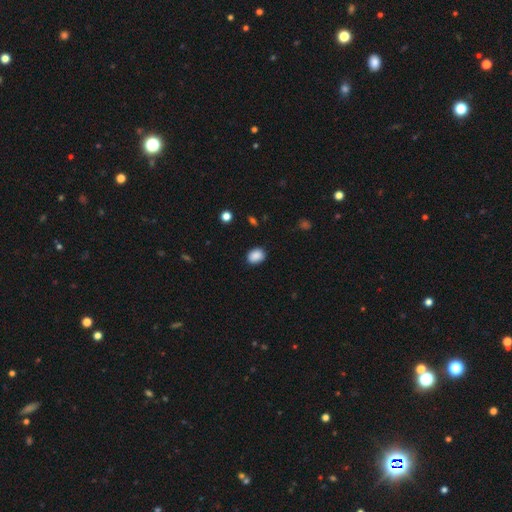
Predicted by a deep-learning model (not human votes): A smooth galaxy with no disk features (88%) that is in between round and cigar-shaped (57%).

Vote fractions:
- Smooth or featured? smooth: 88% / star or artifact: 8% / featured or disk: 3%
- How rounded? in between: 57% / round: 42% / cigar-shaped: 1%
- Merging? none: 86% / minor disturbance: 10% / major disturbance: 2% / merger: 1%